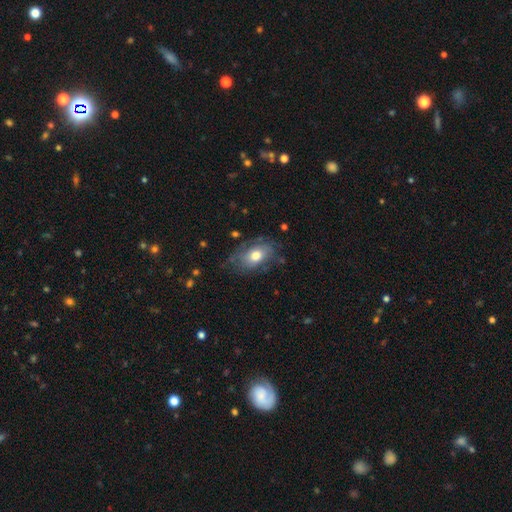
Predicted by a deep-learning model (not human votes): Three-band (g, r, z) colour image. It shows a smooth galaxy with no disk features (57%) that is in between round and cigar-shaped (86%). Merging: none (62%).